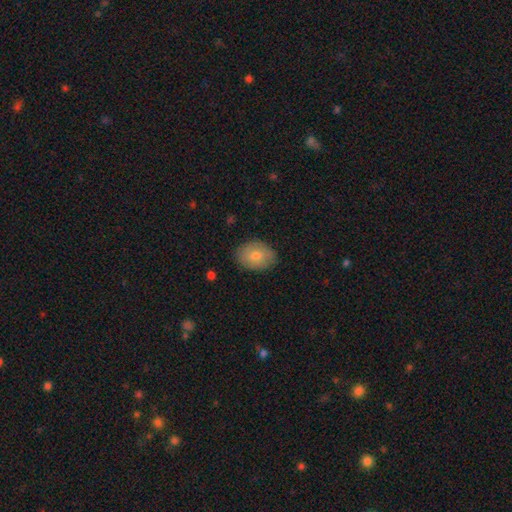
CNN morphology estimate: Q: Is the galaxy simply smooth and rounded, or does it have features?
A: smooth — 73%.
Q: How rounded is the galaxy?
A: in between — 76%.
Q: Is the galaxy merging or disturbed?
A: none — 85%.